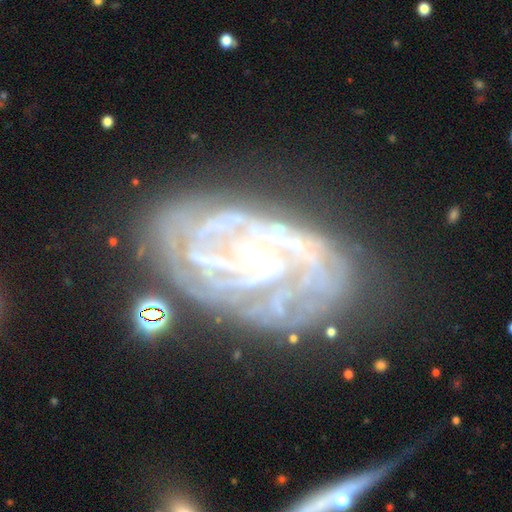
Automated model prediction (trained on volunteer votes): A featured or disk galaxy (87%) with no bar (57%), tight (73%) spiral arms (95%) and a small central bulge (75%).

Vote fractions:
- Smooth or featured? featured or disk: 87% / star or artifact: 7% / smooth: 6%
- Edge-on disk? no: 95% / yes: 5%
- Bar? no: 57% / weak: 29% / strong: 14%
- Spiral arms? yes: 95% / no: 5%
- Spiral winding? tight: 73% / medium: 22% / loose: 5%
- Spiral arm count? can't tell: 31% / 2: 22% / 3: 19% / 4: 13% / more than 4: 9% / 1: 7%
- Bulge size? small: 75% / moderate: 19% / none: 4% / large: 2% / dominant: 1%
- Merging? none: 65% / minor disturbance: 20% / major disturbance: 10% / merger: 5%